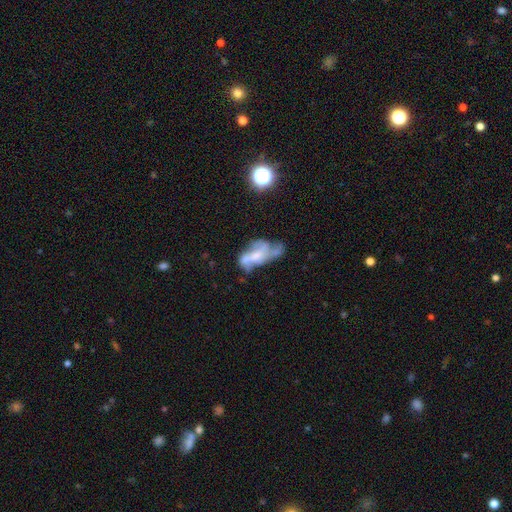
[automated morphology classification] Smooth or featured? featured or disk (59%)
Edge-on disk? no (94%)
Bar? no (72%)
Spiral arms? no (59%)
Bulge size? none (33%)
Merging? major disturbance (32%)